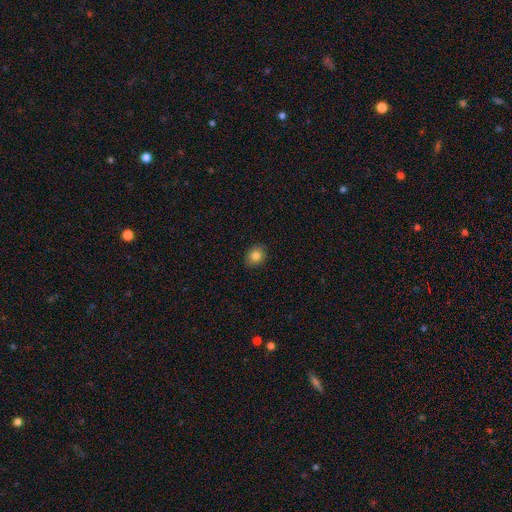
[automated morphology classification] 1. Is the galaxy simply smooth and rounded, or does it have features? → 83% smooth, 10% star or artifact, 6% featured or disk.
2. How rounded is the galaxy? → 56% round, 43% in between, 1% cigar-shaped.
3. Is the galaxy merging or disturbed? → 89% none, 8% minor disturbance, 2% major disturbance, 1% merger.